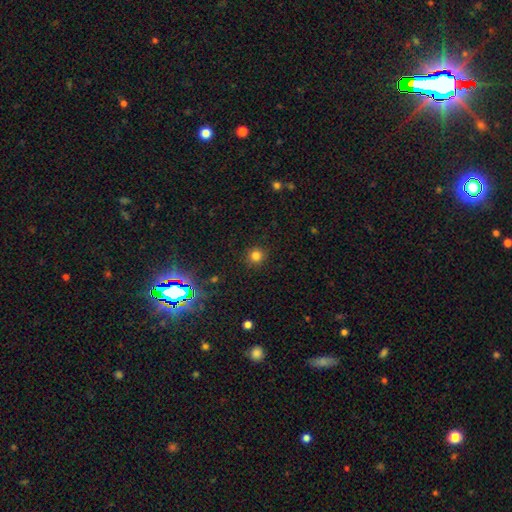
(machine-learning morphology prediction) A smooth galaxy with no disk features (79%) that is round (93%).

Vote fractions:
- Smooth or featured? smooth: 79% / star or artifact: 15% / featured or disk: 5%
- How rounded? round: 93% / in between: 6% / cigar-shaped: 1%
- Merging? none: 90% / minor disturbance: 6% / major disturbance: 2% / merger: 1%